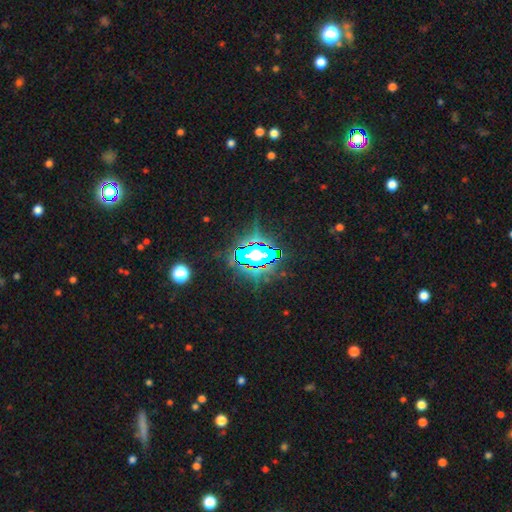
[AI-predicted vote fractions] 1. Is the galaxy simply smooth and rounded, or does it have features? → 80% star or artifact, 11% smooth, 9% featured or disk.